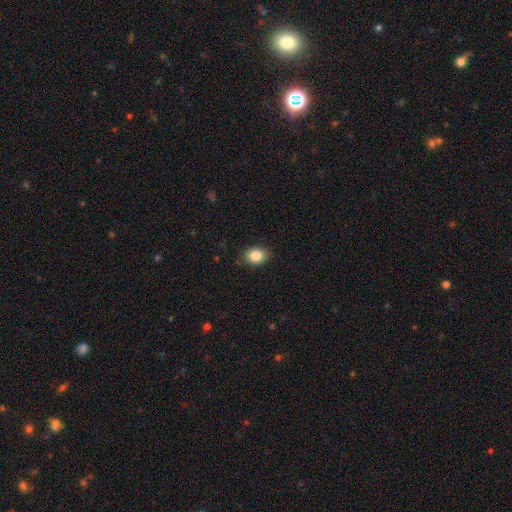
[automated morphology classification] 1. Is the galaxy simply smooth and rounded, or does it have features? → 86% smooth, 9% star or artifact, 5% featured or disk.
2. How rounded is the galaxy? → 55% in between, 44% round, 1% cigar-shaped.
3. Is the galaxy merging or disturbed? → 85% none, 12% minor disturbance, 3% major disturbance, 1% merger.